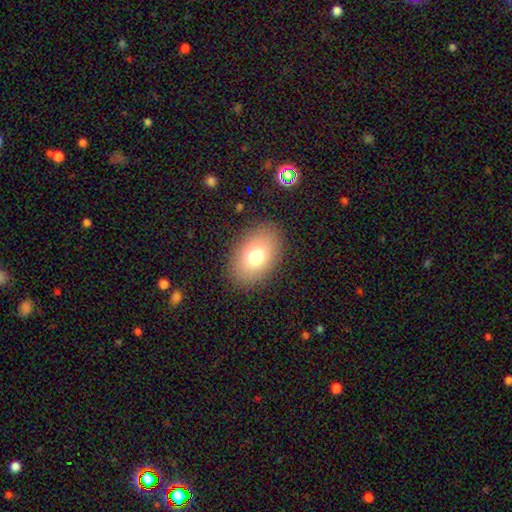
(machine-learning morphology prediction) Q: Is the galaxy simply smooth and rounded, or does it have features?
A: smooth — 75%.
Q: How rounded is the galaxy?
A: in between — 82%.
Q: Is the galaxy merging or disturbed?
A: none — 87%.